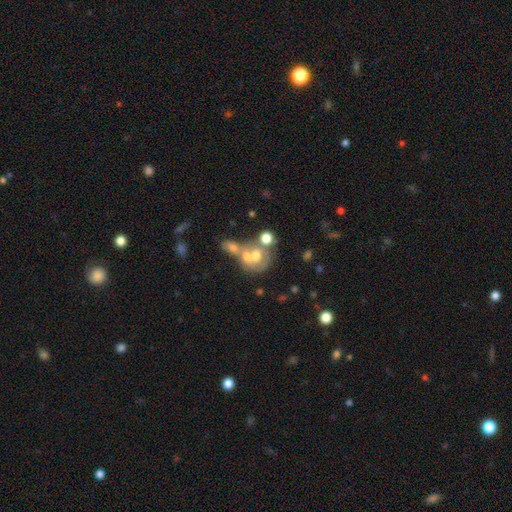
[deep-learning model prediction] Smooth or featured: smooth — 47% (featured or disk — 41%)
Merging: merger — 60% (none — 21%)